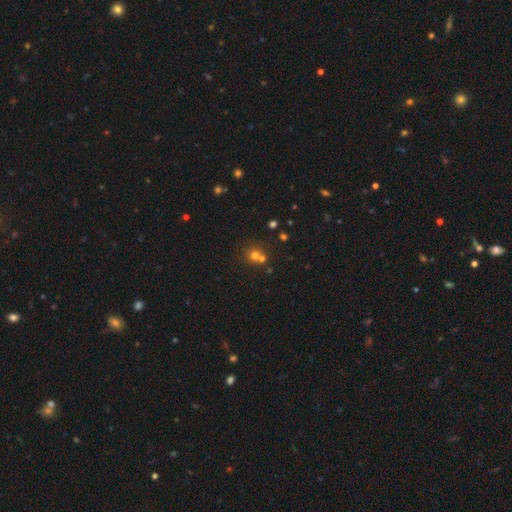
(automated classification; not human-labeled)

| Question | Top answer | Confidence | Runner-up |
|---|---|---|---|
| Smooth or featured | smooth | 66% | star or artifact (21%) |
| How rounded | round | 87% | in between (12%) |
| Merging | none | 51% | merger (40%) |